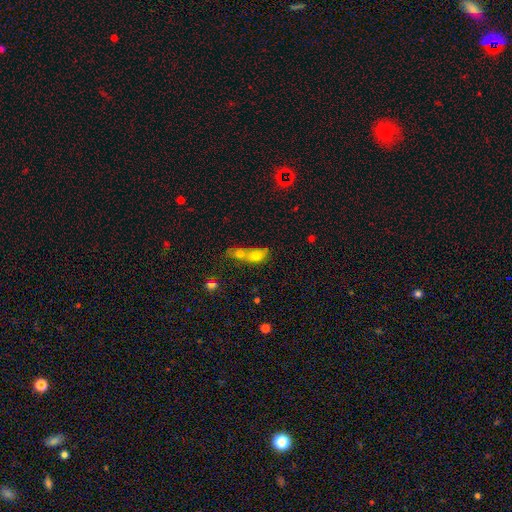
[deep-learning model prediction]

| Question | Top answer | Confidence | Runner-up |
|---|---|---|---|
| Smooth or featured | smooth | 70% | featured or disk (18%) |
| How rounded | in between | 57% | round (38%) |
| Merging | merger | 75% | none (16%) |